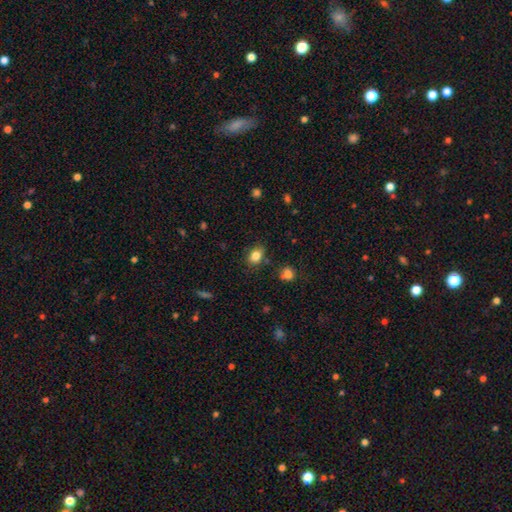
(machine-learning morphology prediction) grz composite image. It shows a smooth galaxy with no disk features (83%) that is in between round and cigar-shaped (64%). Merging: none (78%).